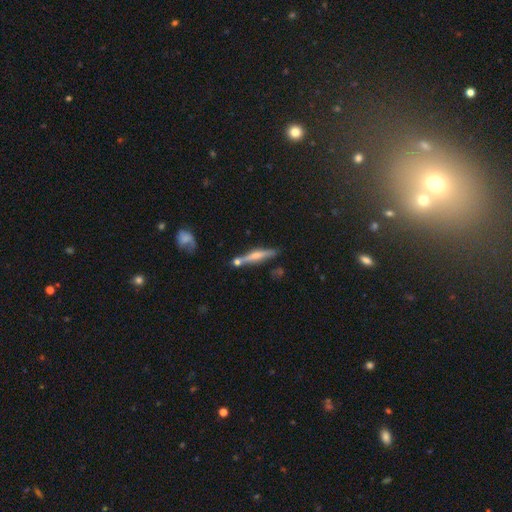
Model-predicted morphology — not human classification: Smooth or featured?
  - featured or disk: 59% *
  - smooth: 34%
  - star or artifact: 7%
Edge-on disk?
  - yes: 95% *
  - no: 5%
Edge-on bulge?
  - rounded: 72% *
  - none: 16%
  - boxy: 12%
Merging?
  - none: 71% *
  - minor disturbance: 13%
  - merger: 13%
  - major disturbance: 3%